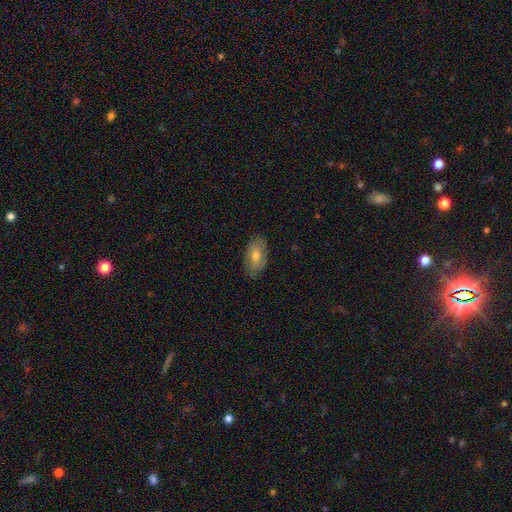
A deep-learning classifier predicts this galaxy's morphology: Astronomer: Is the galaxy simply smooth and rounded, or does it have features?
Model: smooth — 56% (runner-up: featured or disk, 37%).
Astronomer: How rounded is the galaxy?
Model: in between — 91%.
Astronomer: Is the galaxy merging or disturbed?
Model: none — 81%.